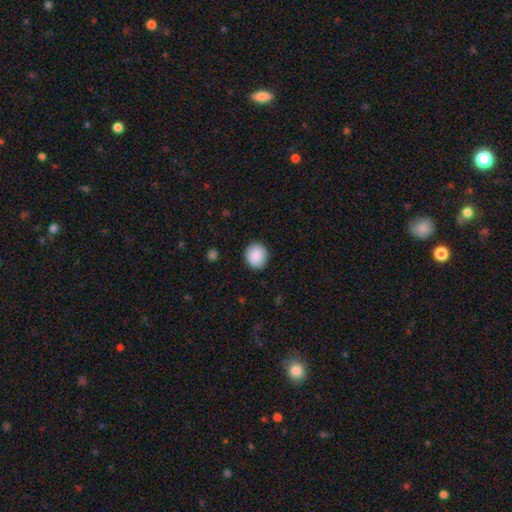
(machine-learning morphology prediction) Smooth or featured?
  - smooth: 89% *
  - star or artifact: 7%
  - featured or disk: 4%
How rounded?
  - round: 78% *
  - in between: 21%
  - cigar-shaped: 1%
Merging?
  - none: 89% *
  - minor disturbance: 8%
  - major disturbance: 2%
  - merger: 1%